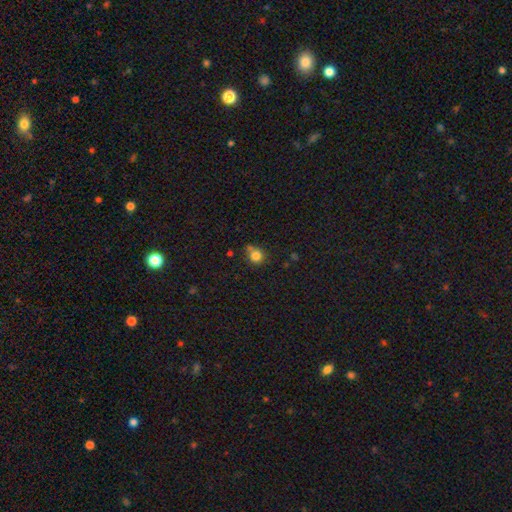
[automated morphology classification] smooth-or-featured: smooth: 81% | star or artifact: 12% | featured or disk: 7%
  how-rounded: round: 88% | in between: 12% | cigar-shaped: 1%
  merging: none: 64% | merger: 17% | minor disturbance: 14% | major disturbance: 4%